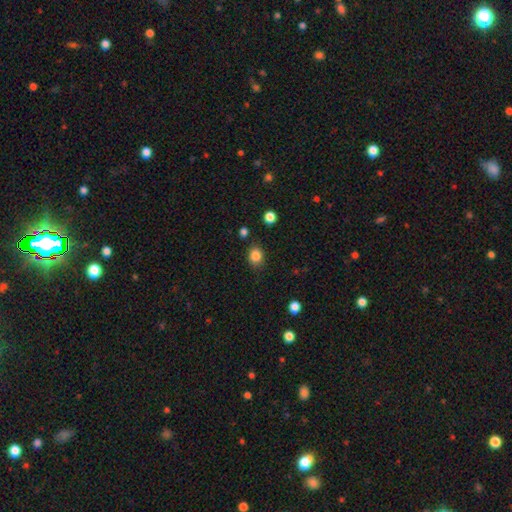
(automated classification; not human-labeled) This is clearly a smooth galaxy (85%). How rounded: likely round (61%). Merging: clearly none (84%).